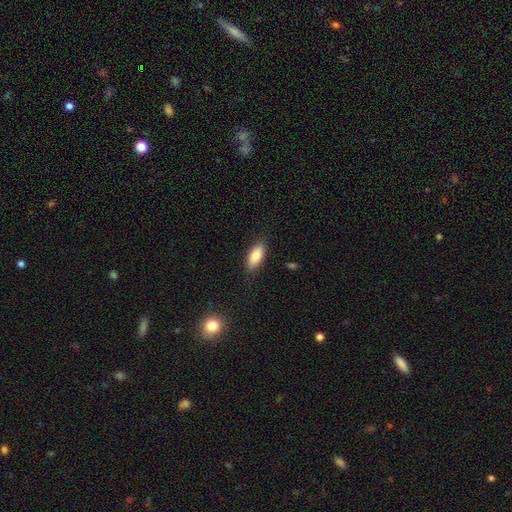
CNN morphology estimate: A smooth galaxy with no disk features (83%) that is in between round and cigar-shaped (85%).

Vote fractions:
- Smooth or featured? smooth: 83% / featured or disk: 10% / star or artifact: 7%
- How rounded? in between: 85% / cigar-shaped: 13% / round: 2%
- Merging? none: 84% / minor disturbance: 12% / major disturbance: 3% / merger: 1%